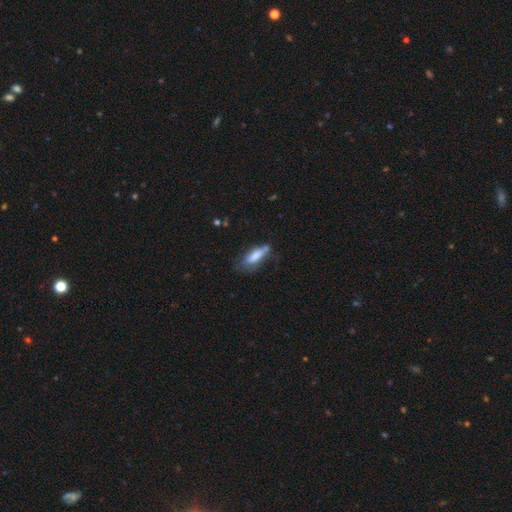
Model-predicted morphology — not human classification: Smooth or featured: smooth — 74% (featured or disk — 18%)
How rounded: in between — 52% (cigar-shaped — 46%)
Merging: none — 46% (minor disturbance — 33%)